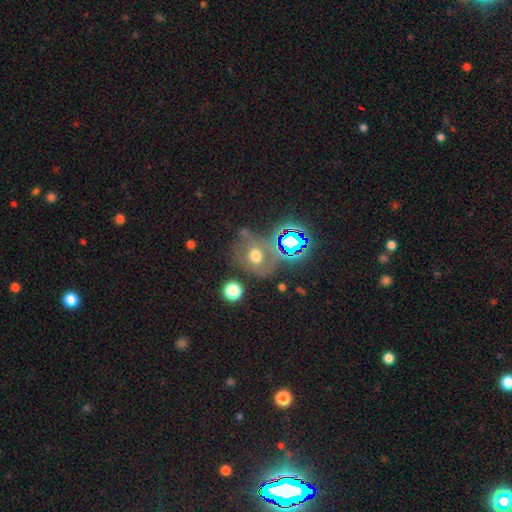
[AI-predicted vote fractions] smooth_or_featured: smooth (p=0.47) [alt: star or artifact p=0.28]
merging: none (p=0.57) [alt: minor disturbance p=0.19]